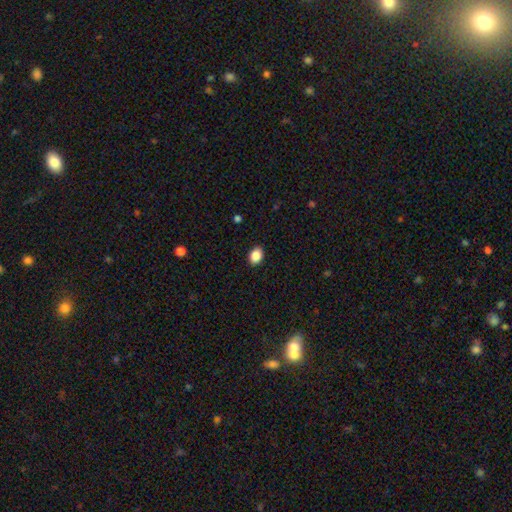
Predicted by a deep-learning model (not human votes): Smooth or featured? smooth (88%)
How rounded? in between (74%)
Merging? none (90%)